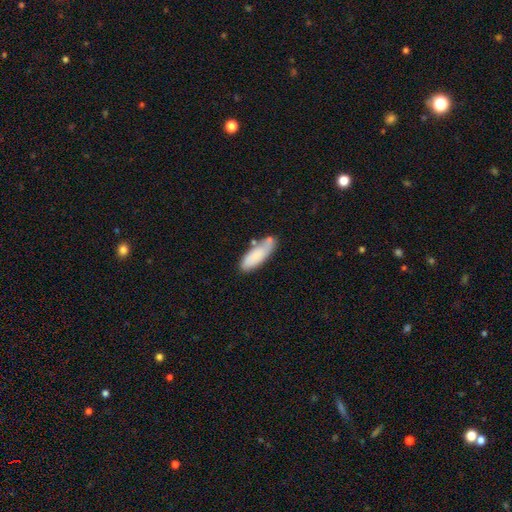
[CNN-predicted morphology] Overall: smooth (79%). How rounded: in between (58%; cigar-shaped 40%). Merging: none (57%; minor disturbance 24%).